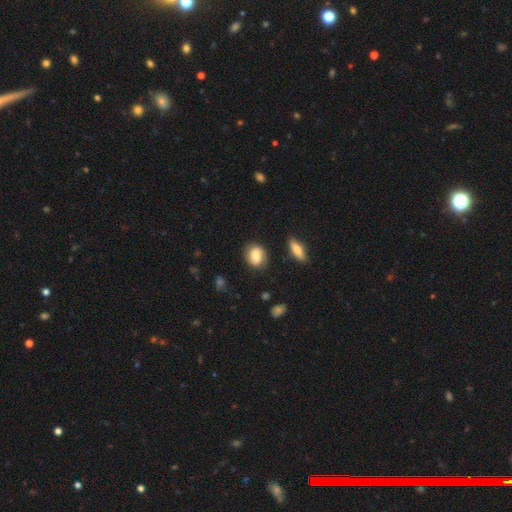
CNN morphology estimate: smooth_or_featured: smooth (p=0.63) [alt: featured or disk p=0.29]
how_rounded: in between (p=0.51) [alt: round p=0.47]
merging: none (p=0.77) [alt: minor disturbance p=0.16]